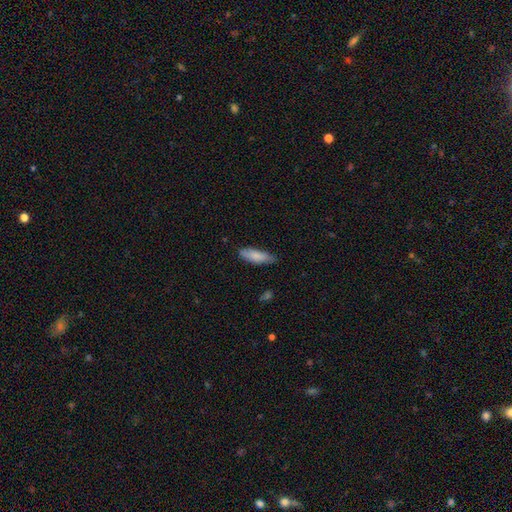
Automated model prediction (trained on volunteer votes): Q: Smooth or featured?
A: smooth (83%); runner-up: featured or disk (11%)
Q: How rounded?
A: in between (54%); runner-up: cigar-shaped (45%)
Q: Merging?
A: none (76%); runner-up: minor disturbance (20%)